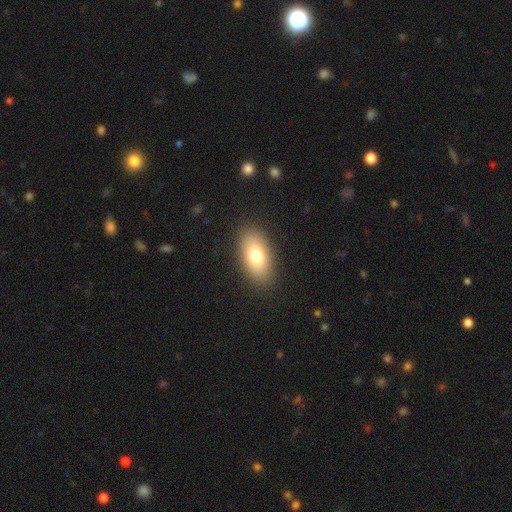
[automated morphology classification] smooth-or-featured: smooth: 75% | featured or disk: 16% | star or artifact: 9%
  how-rounded: in between: 90% | round: 6% | cigar-shaped: 4%
  merging: none: 88% | minor disturbance: 8% | major disturbance: 3% | merger: 1%